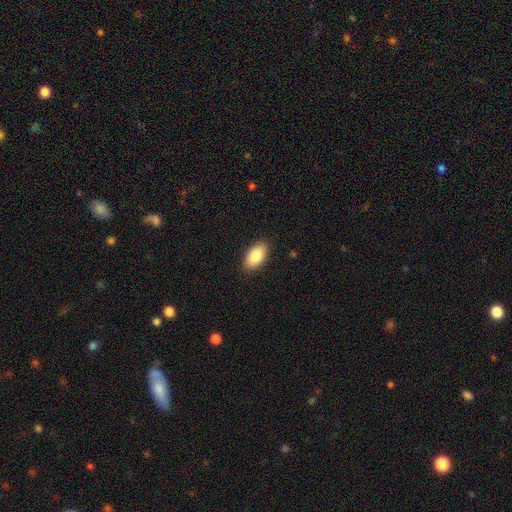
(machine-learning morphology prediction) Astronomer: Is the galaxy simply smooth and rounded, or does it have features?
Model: smooth — 87%.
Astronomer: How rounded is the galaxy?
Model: in between — 94%.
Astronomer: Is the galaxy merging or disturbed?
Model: none — 89%.